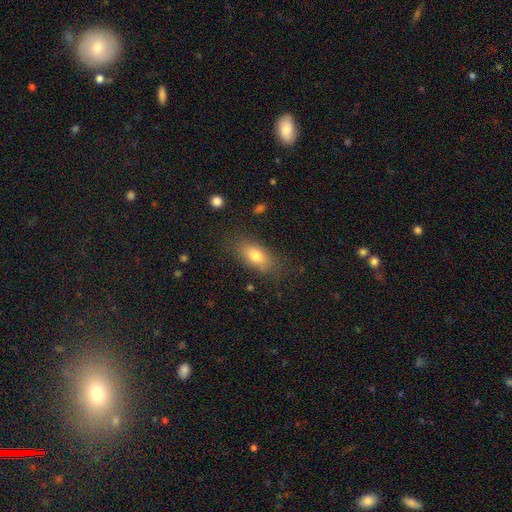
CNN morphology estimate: smooth_or_featured: smooth (p=0.78) [alt: featured or disk p=0.14]
how_rounded: in between (p=0.85) [alt: cigar-shaped p=0.08]
merging: none (p=0.78) [alt: minor disturbance p=0.15]